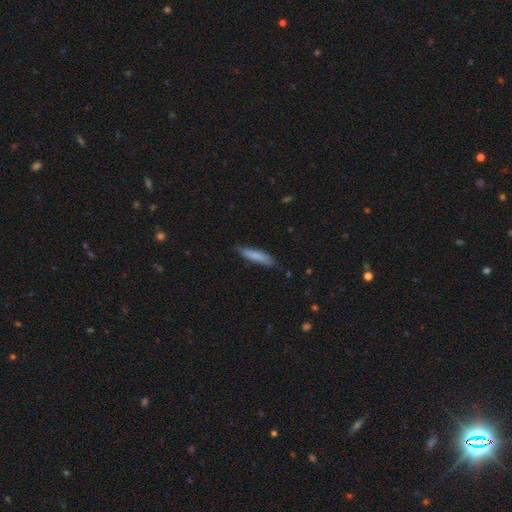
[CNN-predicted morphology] The model was most divided on "merging": none: 77%, minor disturbance: 19%, major disturbance: 3%, merger: 1%. More confident: how rounded — cigar-shaped (83%); smooth or featured — smooth (78%).